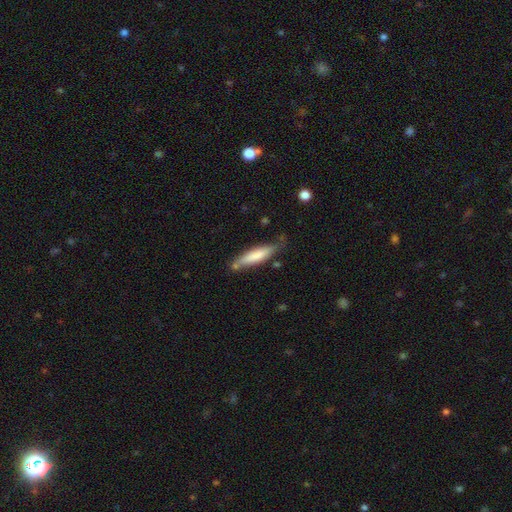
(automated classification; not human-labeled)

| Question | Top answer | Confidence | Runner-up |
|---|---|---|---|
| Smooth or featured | smooth | 73% | featured or disk (22%) |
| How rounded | cigar-shaped | 78% | in between (20%) |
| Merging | none | 67% | minor disturbance (22%) |